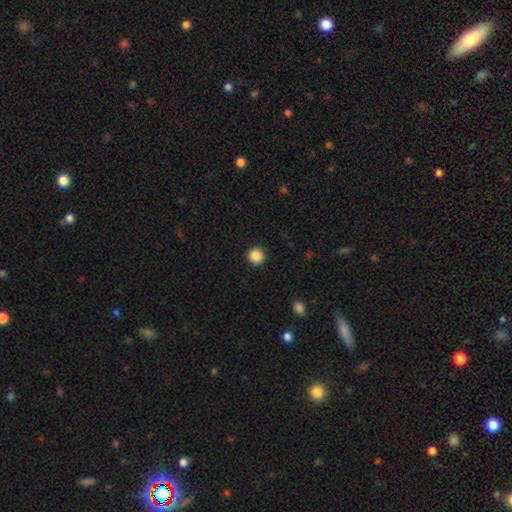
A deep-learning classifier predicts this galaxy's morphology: Smooth or featured? smooth (87%)
How rounded? round (95%)
Merging? none (92%)